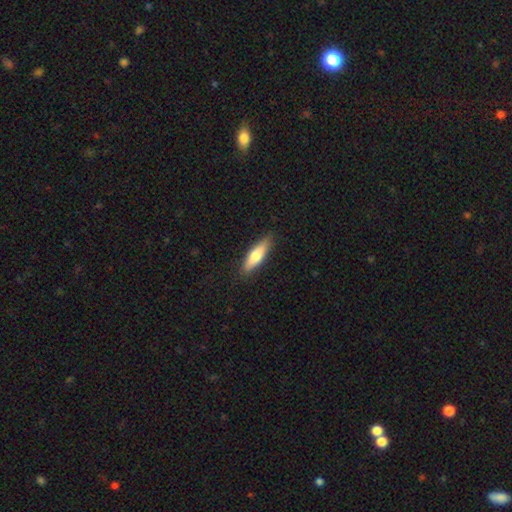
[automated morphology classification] A smooth galaxy with no disk features (68%) that is cigar-shaped (60%). Merging: none (87%).